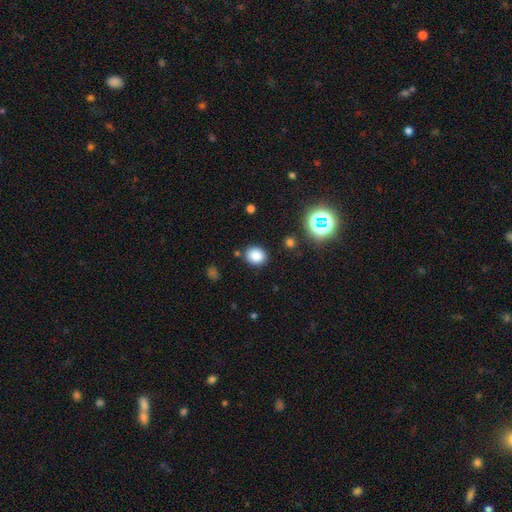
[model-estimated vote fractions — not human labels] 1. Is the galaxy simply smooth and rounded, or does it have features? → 83% smooth, 12% star or artifact, 5% featured or disk.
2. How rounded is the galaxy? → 71% round, 28% in between, 1% cigar-shaped.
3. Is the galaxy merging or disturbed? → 85% none, 9% minor disturbance, 3% merger, 3% major disturbance.